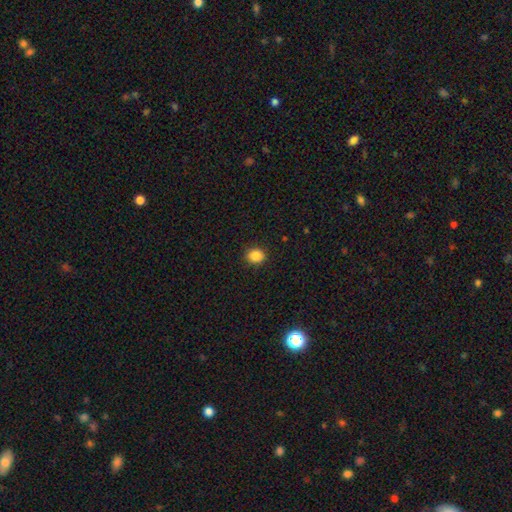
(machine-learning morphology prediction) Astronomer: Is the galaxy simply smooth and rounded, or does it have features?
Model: smooth — 86%.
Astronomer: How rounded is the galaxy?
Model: round — 73%.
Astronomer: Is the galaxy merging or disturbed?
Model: none — 91%.